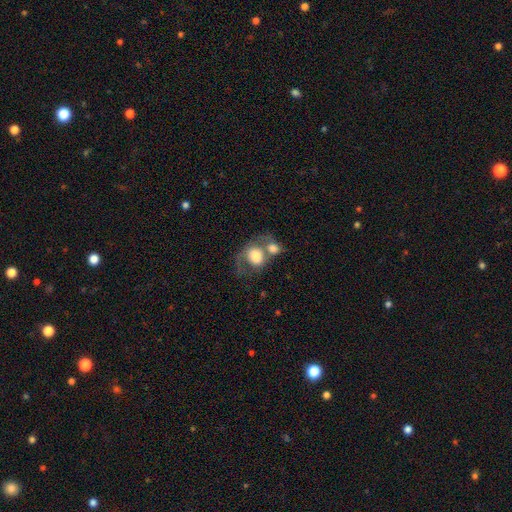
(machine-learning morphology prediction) This is likely a smooth galaxy (62%). How rounded: possibly round (58%). Merging: likely merger (60%).